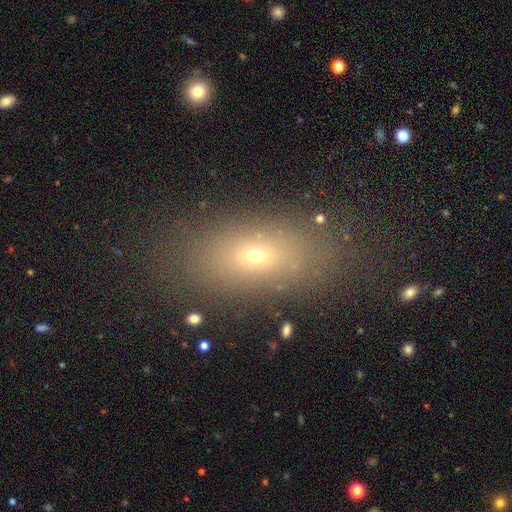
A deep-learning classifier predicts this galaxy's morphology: A smooth galaxy with no disk features (63%) that is in between round and cigar-shaped (76%). Merging: none (81%).